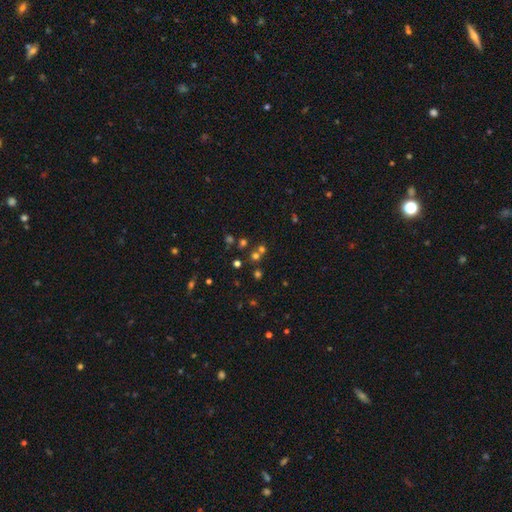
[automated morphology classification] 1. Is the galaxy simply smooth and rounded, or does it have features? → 47% smooth, 42% star or artifact, 11% featured or disk.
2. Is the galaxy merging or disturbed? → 64% none, 25% merger, 7% minor disturbance, 4% major disturbance.